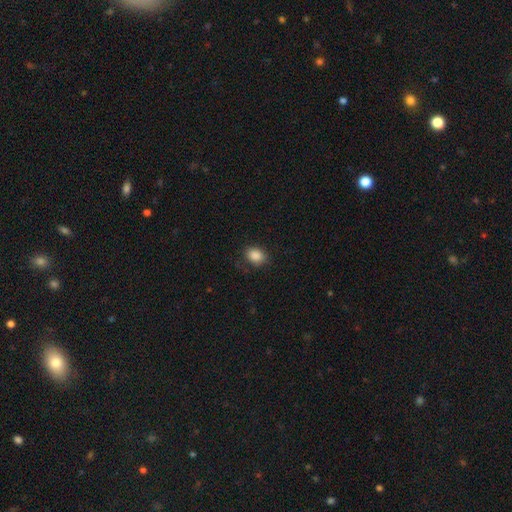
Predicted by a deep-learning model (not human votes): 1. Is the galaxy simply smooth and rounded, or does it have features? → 88% smooth, 9% star or artifact, 4% featured or disk.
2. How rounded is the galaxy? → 63% in between, 36% round, 1% cigar-shaped.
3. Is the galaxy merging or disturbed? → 80% none, 15% minor disturbance, 4% major disturbance, 1% merger.